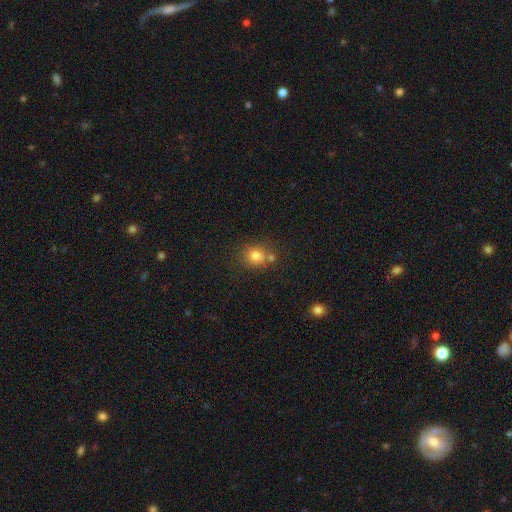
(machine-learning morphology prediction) Overall: smooth (78%). How rounded: round (73%). Merging: none (57%; merger 25%).